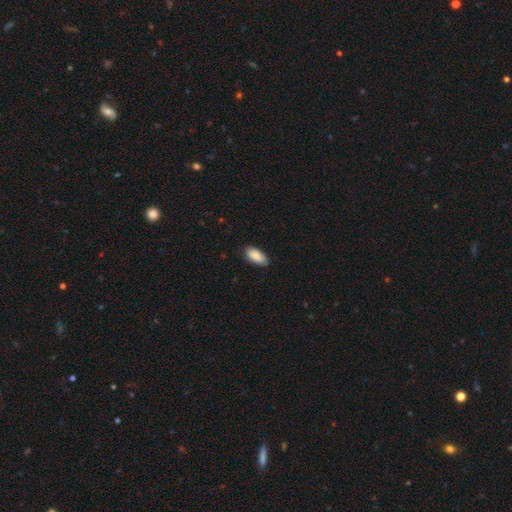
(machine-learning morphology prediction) This appears to be a smooth galaxy with no disk features (87%) that is in between round and cigar-shaped (89%). Merging: none (81%).